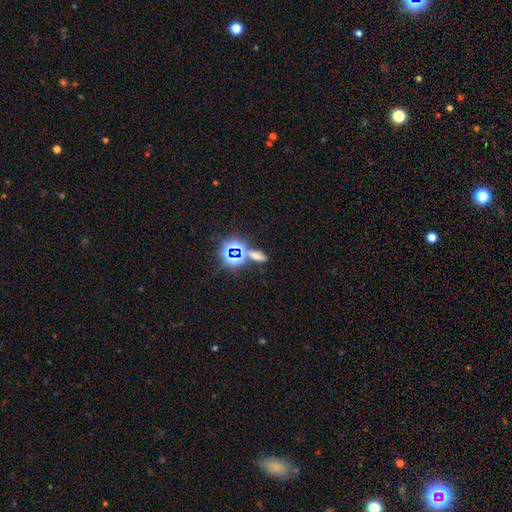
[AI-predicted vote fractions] Smooth or featured: smooth — 46% (star or artifact — 42%)
Merging: none — 64% (merger — 18%)